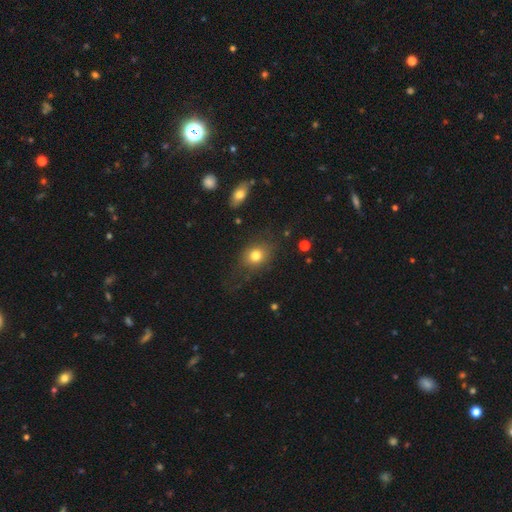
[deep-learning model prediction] The model was most divided on "how rounded": round: 55%, in between: 43%, cigar-shaped: 1%. More confident: smooth or featured — smooth (78%); merging — none (70%).